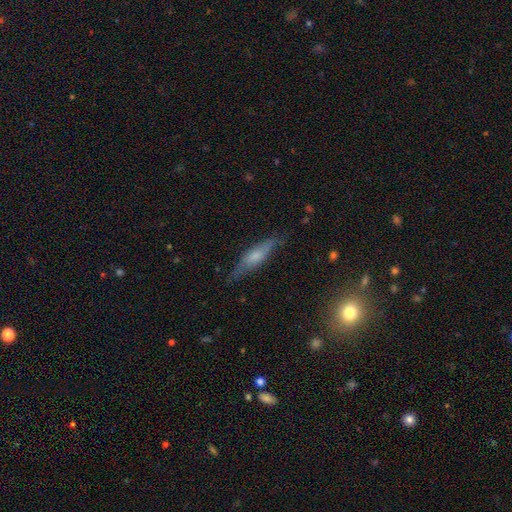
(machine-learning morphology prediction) type=smooth (50%); roundness=cigar-shaped (71%); merging=none (74%).